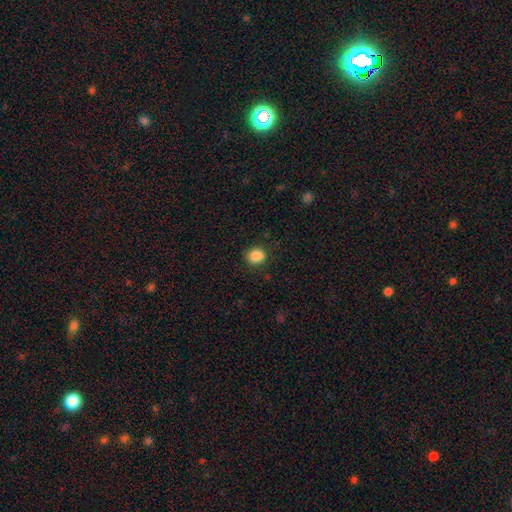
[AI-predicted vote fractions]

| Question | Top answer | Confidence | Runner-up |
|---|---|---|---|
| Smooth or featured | smooth | 87% | star or artifact (10%) |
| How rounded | round | 71% | in between (28%) |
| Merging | none | 85% | minor disturbance (11%) |